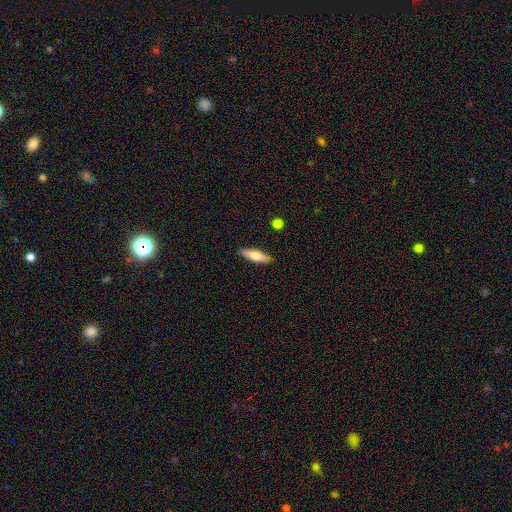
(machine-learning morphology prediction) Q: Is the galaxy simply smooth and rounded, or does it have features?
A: smooth — 61%.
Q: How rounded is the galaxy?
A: cigar-shaped — 51%.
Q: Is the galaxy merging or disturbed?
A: none — 88%.